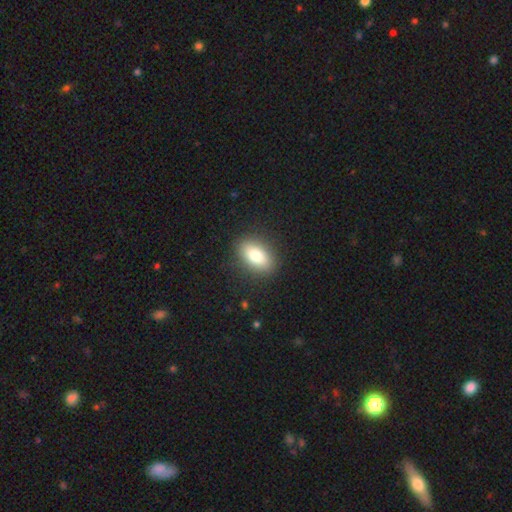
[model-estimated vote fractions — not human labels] Smooth or featured? smooth (81%)
How rounded? in between (88%)
Merging? none (88%)